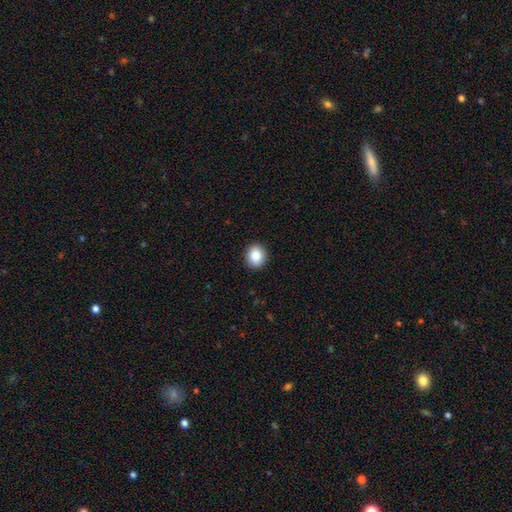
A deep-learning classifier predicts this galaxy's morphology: smooth_or_featured: smooth (p=0.88) [alt: star or artifact p=0.08]
how_rounded: round (p=0.72) [alt: in between p=0.27]
merging: none (p=0.91) [alt: minor disturbance p=0.06]